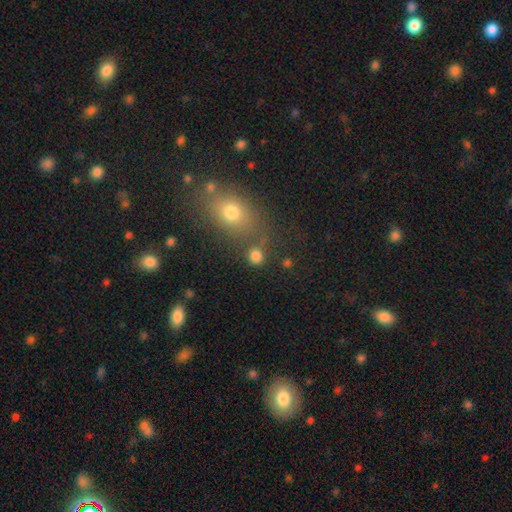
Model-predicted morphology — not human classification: This is clearly a smooth galaxy (80%). How rounded: clearly round (83%). Merging: likely none (70%).